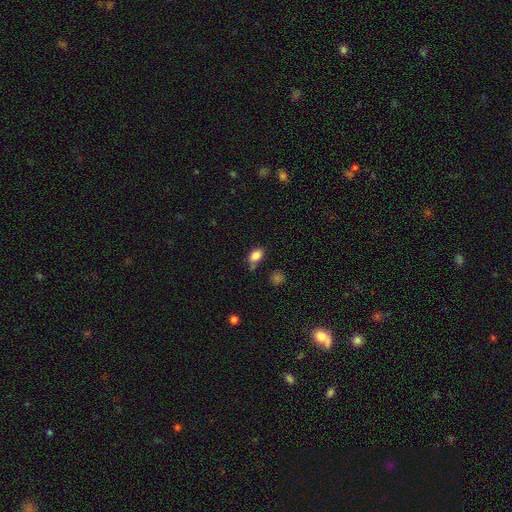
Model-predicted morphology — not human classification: Smooth or featured? Predicted: smooth (p=0.84). How rounded? Predicted: in between (p=0.82). Merging? Predicted: none (p=0.62).